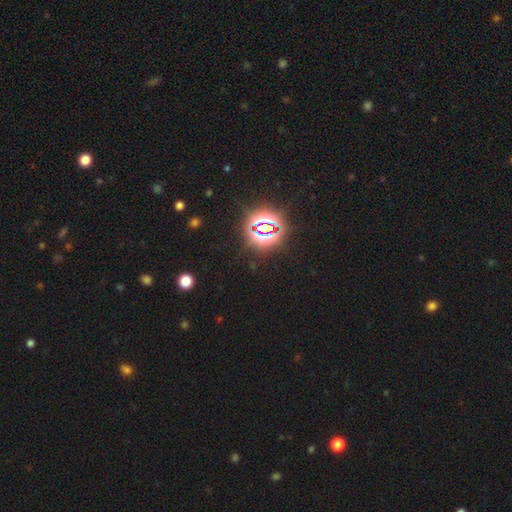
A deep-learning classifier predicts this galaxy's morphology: smooth_or_featured: star or artifact (p=0.84) [alt: smooth p=0.10]